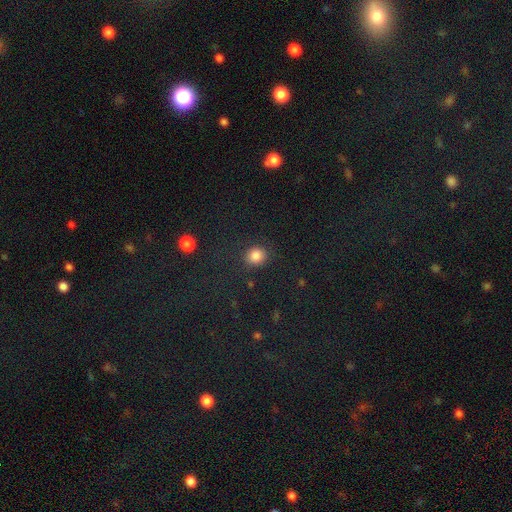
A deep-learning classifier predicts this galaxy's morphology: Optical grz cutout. It shows a smooth galaxy with no disk features (85%) that is round (78%). Merging: none (85%).